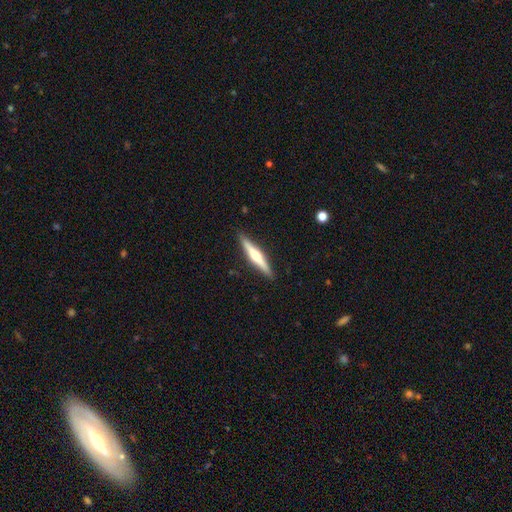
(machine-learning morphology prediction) smooth_or_featured: featured or disk (p=0.61) [alt: smooth p=0.34]
disk_edge_on: yes (p=0.98) [alt: no p=0.02]
edge_on_bulge: rounded (p=0.82) [alt: none p=0.09]
merging: none (p=0.91) [alt: minor disturbance p=0.07]